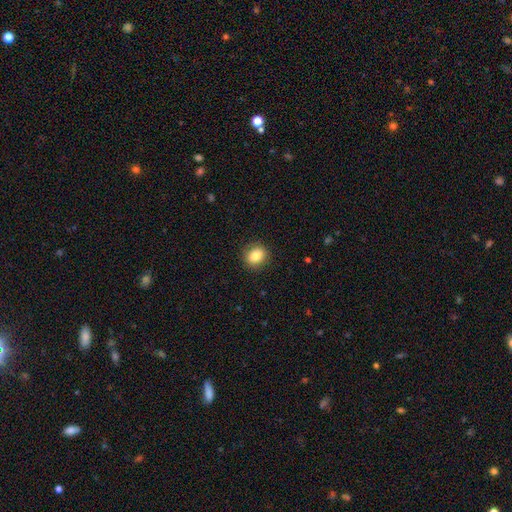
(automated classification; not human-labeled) smooth 83%, star or artifact 9%, featured or disk 8%. Down the decision tree: how rounded — round (72%); merging — none (89%).